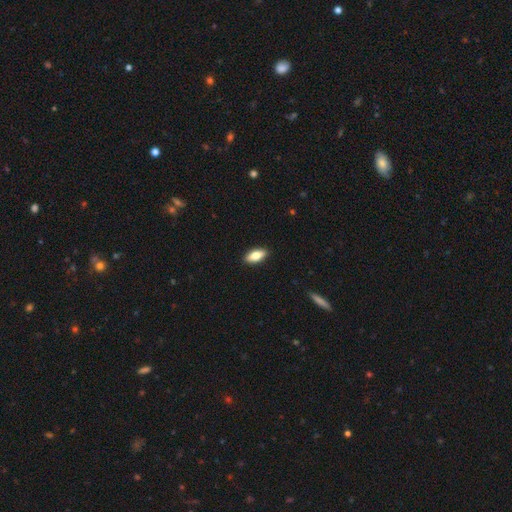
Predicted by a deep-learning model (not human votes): smooth-or-featured: smooth: 75% | featured or disk: 18% | star or artifact: 7%
  how-rounded: in between: 82% | cigar-shaped: 15% | round: 3%
  merging: none: 90% | minor disturbance: 7% | major disturbance: 2% | merger: 1%